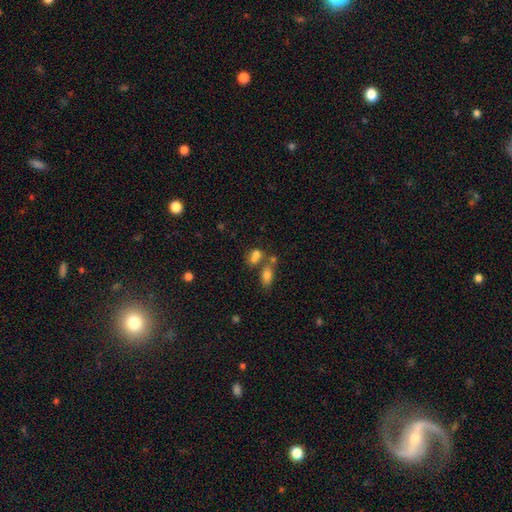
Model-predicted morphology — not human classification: smooth-or-featured: smooth: 73% | star or artifact: 14% | featured or disk: 13%
  how-rounded: in between: 68% | round: 29% | cigar-shaped: 3%
  merging: merger: 47% | none: 35% | minor disturbance: 11% | major disturbance: 6%